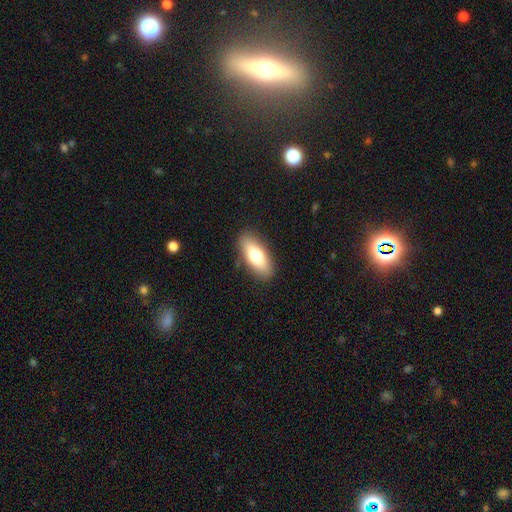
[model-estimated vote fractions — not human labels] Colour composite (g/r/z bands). It shows a smooth galaxy with no disk features (70%) that is in between round and cigar-shaped (76%). Merging: none (87%).